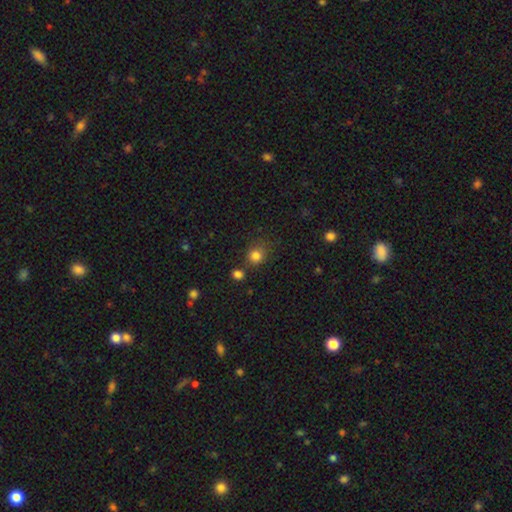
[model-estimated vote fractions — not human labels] A smooth galaxy with no disk features (82%) that is round (83%).

Vote fractions:
- Smooth or featured? smooth: 82% / star or artifact: 13% / featured or disk: 5%
- How rounded? round: 83% / in between: 16% / cigar-shaped: 1%
- Merging? none: 70% / minor disturbance: 14% / merger: 11% / major disturbance: 5%